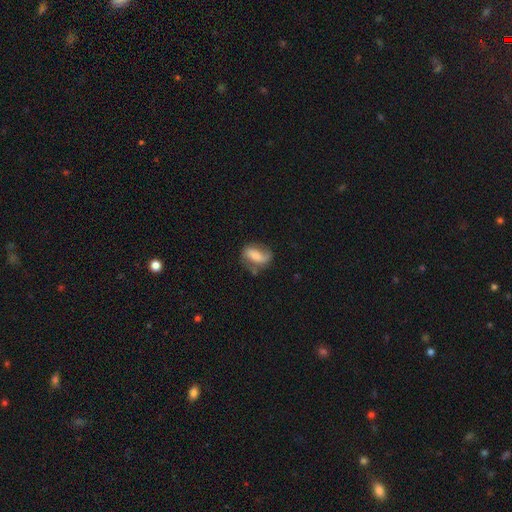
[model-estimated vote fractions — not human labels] Overall: featured or disk (50%; smooth 42%). Edge-on disk: no (92%). Merging: none (58%; minor disturbance 26%).